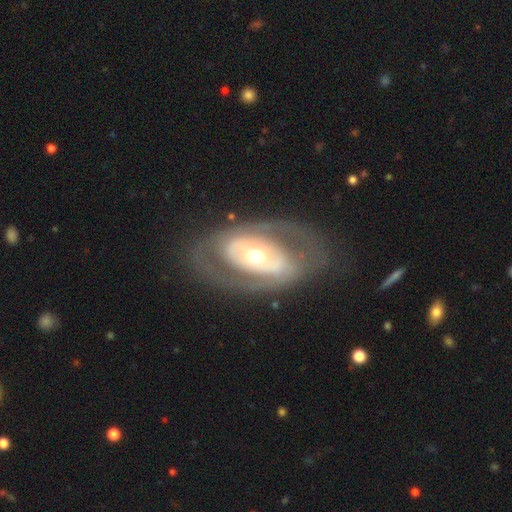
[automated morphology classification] A featured or disk galaxy (74%) with no bar (63%), no spiral arms (55%) and a moderate central bulge (64%).

Vote fractions:
- Smooth or featured? featured or disk: 74% / smooth: 21% / star or artifact: 5%
- Edge-on disk? no: 92% / yes: 8%
- Bar? no: 63% / weak: 21% / strong: 15%
- Spiral arms? no: 55% / yes: 45%
- Bulge size? moderate: 64% / small: 20% / large: 13% / dominant: 2% / none: 1%
- Merging? none: 74% / minor disturbance: 14% / major disturbance: 11% / merger: 2%